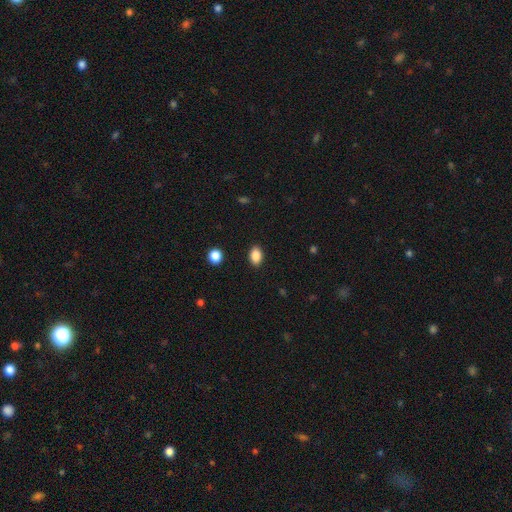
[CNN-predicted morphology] smooth-or-featured: smooth: 87% | star or artifact: 9% | featured or disk: 4%
  how-rounded: in between: 83% | round: 15% | cigar-shaped: 1%
  merging: none: 89% | minor disturbance: 8% | major disturbance: 2% | merger: 1%